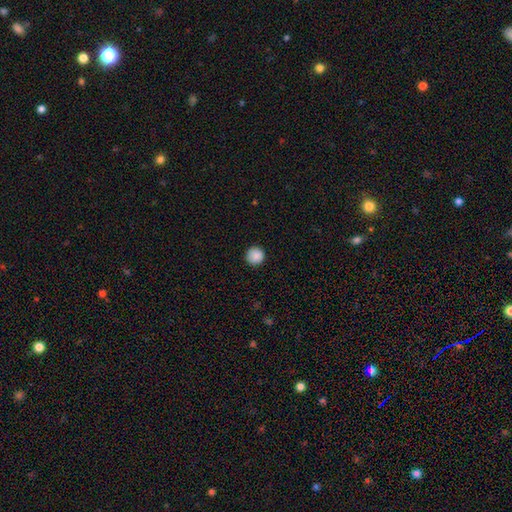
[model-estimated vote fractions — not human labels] Smooth or featured: smooth — 89% (star or artifact — 9%)
How rounded: round — 95% (in between — 4%)
Merging: none — 91% (minor disturbance — 7%)